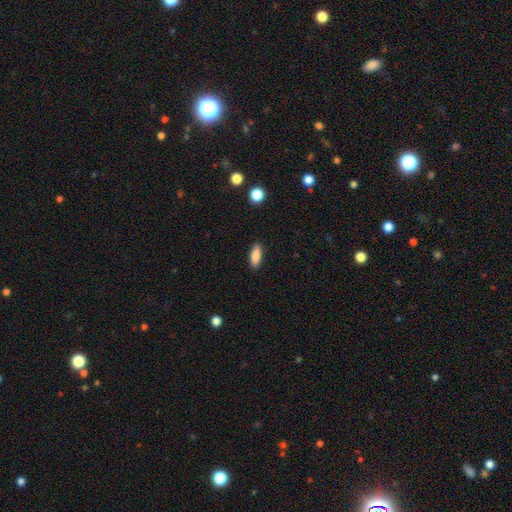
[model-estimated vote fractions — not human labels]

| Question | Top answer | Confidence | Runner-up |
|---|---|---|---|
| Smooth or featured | smooth | 87% | star or artifact (7%) |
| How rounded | in between | 74% | cigar-shaped (24%) |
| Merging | none | 89% | minor disturbance (8%) |